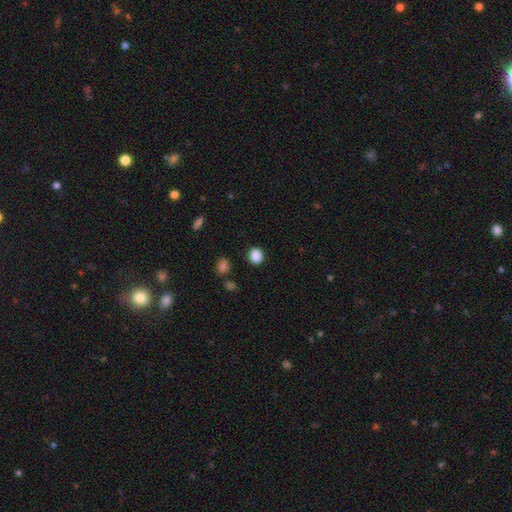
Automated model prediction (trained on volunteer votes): A smooth galaxy with no disk features (87%) that is round (73%).

Vote fractions:
- Smooth or featured? smooth: 87% / star or artifact: 10% / featured or disk: 3%
- How rounded? round: 73% / in between: 26% / cigar-shaped: 1%
- Merging? none: 87% / minor disturbance: 9% / major disturbance: 3% / merger: 2%